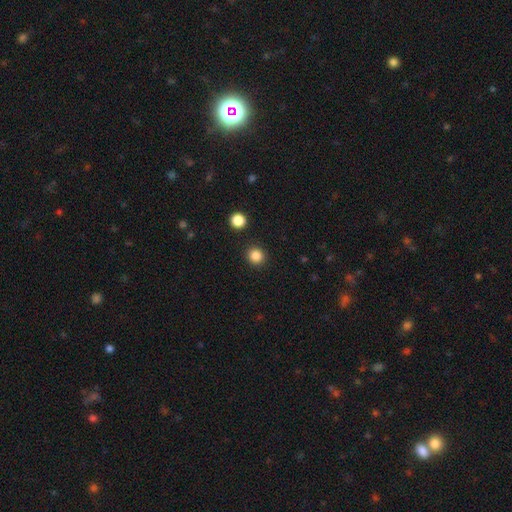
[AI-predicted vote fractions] The model was most divided on "smooth or featured": smooth: 85%, star or artifact: 11%, featured or disk: 4%. More confident: merging — none (91%); how rounded — round (91%).